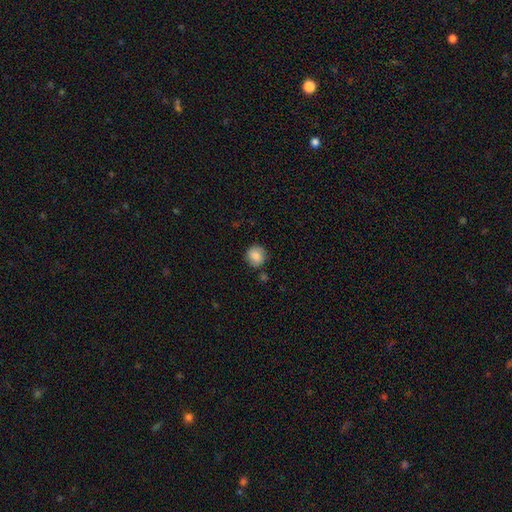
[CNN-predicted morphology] Smooth or featured? smooth (82%)
How rounded? round (91%)
Merging? none (83%)